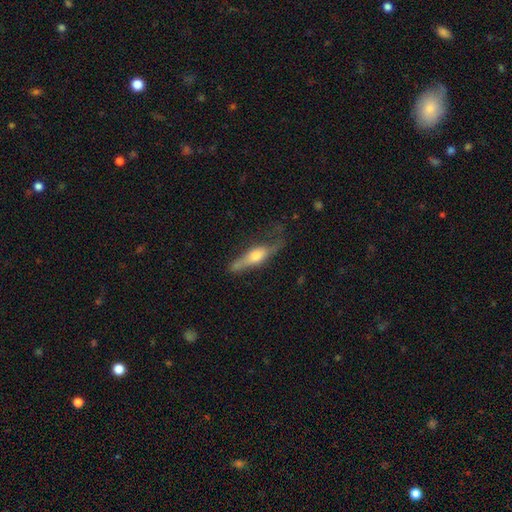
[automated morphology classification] Smooth or featured? Predicted: featured or disk (p=0.53). Edge-on disk? Predicted: yes (p=0.82). Merging? Predicted: none (p=0.50).